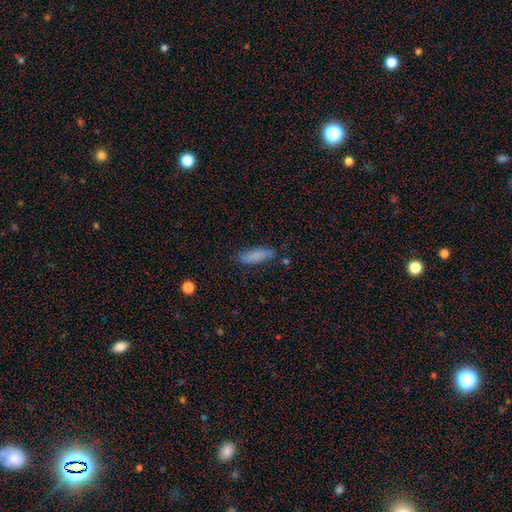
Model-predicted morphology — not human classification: A smooth galaxy with no disk features (83%) that is cigar-shaped (57%). Merging: none (78%).